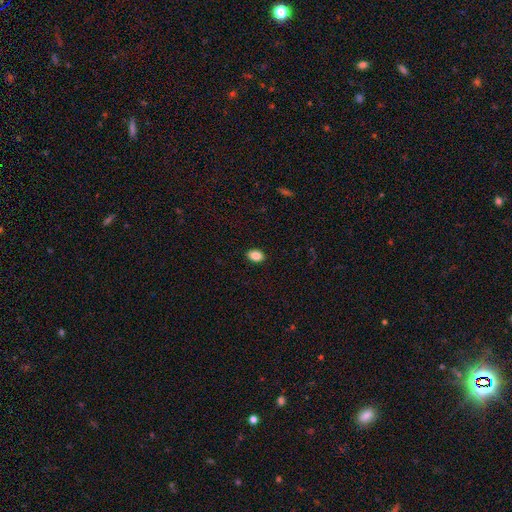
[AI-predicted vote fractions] This is clearly a smooth galaxy (88%). How rounded: clearly in between (84%). Merging: clearly none (89%).